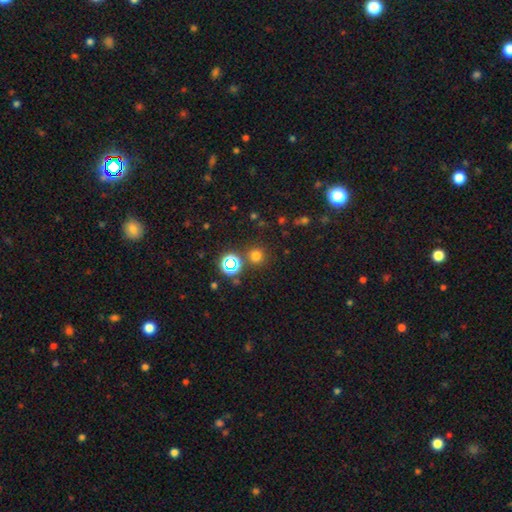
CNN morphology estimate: smooth-or-featured: smooth: 68% | star or artifact: 26% | featured or disk: 6%
  how-rounded: round: 93% | in between: 6% | cigar-shaped: 1%
  merging: none: 82% | minor disturbance: 7% | merger: 7% | major disturbance: 3%